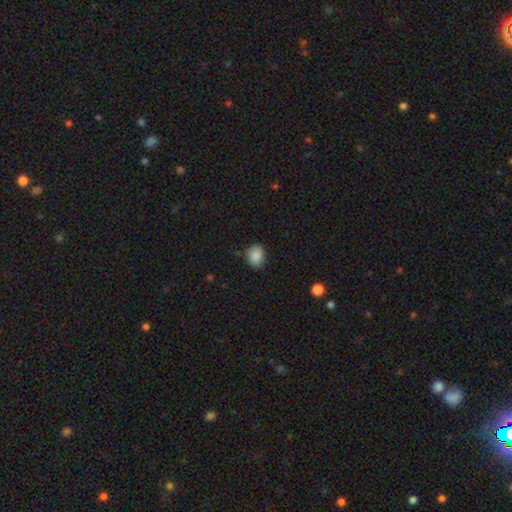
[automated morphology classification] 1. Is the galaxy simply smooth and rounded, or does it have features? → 84% smooth, 8% star or artifact, 8% featured or disk.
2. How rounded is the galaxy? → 55% round, 44% in between, 1% cigar-shaped.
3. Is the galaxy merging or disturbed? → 74% none, 21% minor disturbance, 4% major disturbance, 1% merger.